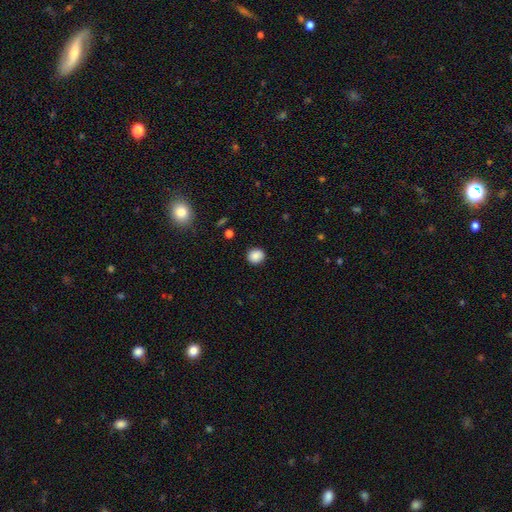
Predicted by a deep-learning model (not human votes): smooth 87%, star or artifact 9%, featured or disk 4%. Down the decision tree: how rounded — round (84%); merging — none (89%).